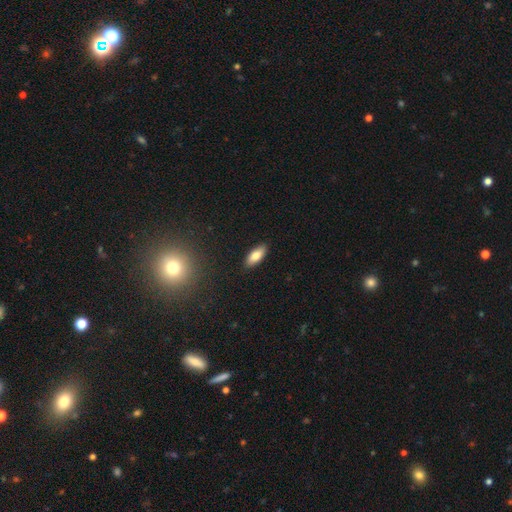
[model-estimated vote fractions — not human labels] A smooth galaxy with no disk features (80%) that is in between round and cigar-shaped (79%).

Vote fractions:
- Smooth or featured? smooth: 80% / featured or disk: 13% / star or artifact: 7%
- How rounded? in between: 79% / cigar-shaped: 18% / round: 2%
- Merging? none: 89% / minor disturbance: 9% / major disturbance: 2% / merger: 1%